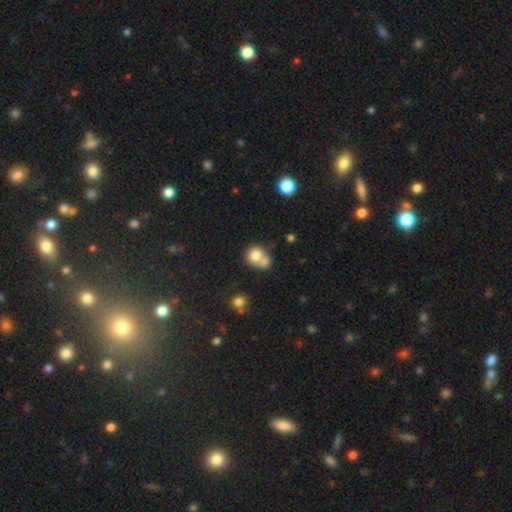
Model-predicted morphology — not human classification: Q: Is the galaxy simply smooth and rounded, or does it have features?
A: smooth — 77%.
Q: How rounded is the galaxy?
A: round — 73%.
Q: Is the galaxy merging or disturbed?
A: merger — 55%.